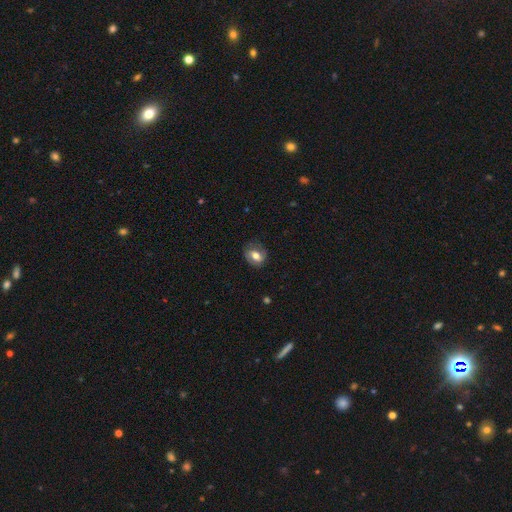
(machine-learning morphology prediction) This is likely a smooth galaxy (61%). How rounded: possibly in between (51%). Merging: likely none (74%).